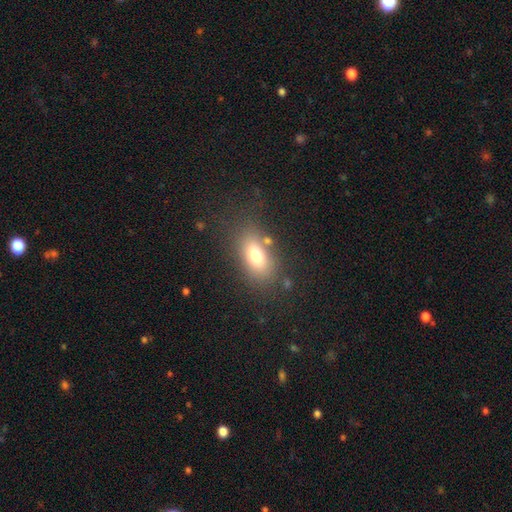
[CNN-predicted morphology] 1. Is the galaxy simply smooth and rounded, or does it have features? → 73% smooth, 16% featured or disk, 11% star or artifact.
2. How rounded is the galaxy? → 84% in between, 10% round, 6% cigar-shaped.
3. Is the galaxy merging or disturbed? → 75% none, 13% minor disturbance, 7% major disturbance, 5% merger.